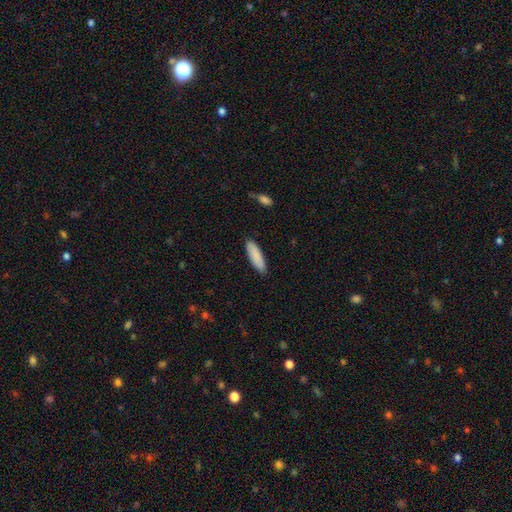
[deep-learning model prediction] smooth-or-featured: smooth: 87% | featured or disk: 7% | star or artifact: 6%
  how-rounded: cigar-shaped: 54% | in between: 44% | round: 1%
  merging: none: 88% | minor disturbance: 9% | major disturbance: 2% | merger: 1%